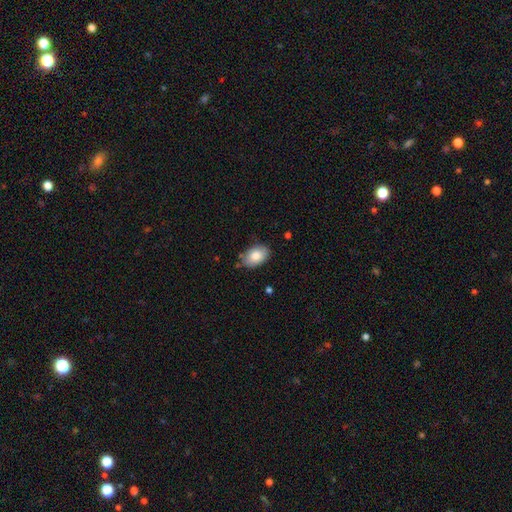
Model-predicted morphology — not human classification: Q: Smooth or featured?
A: smooth (83%); runner-up: featured or disk (10%)
Q: How rounded?
A: in between (89%); runner-up: round (10%)
Q: Merging?
A: none (77%); runner-up: minor disturbance (18%)